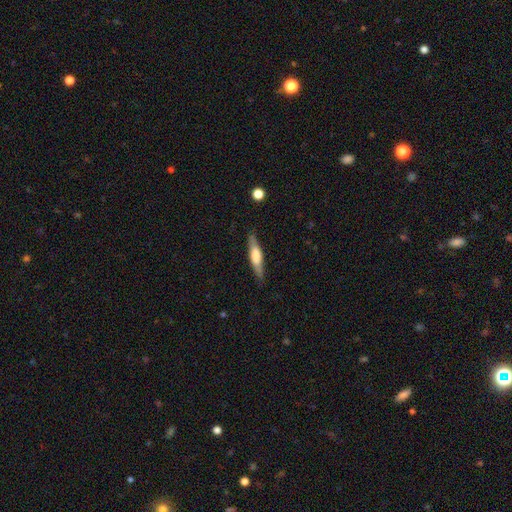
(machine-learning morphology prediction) Smooth or featured? featured or disk (50%)
Merging? none (85%)